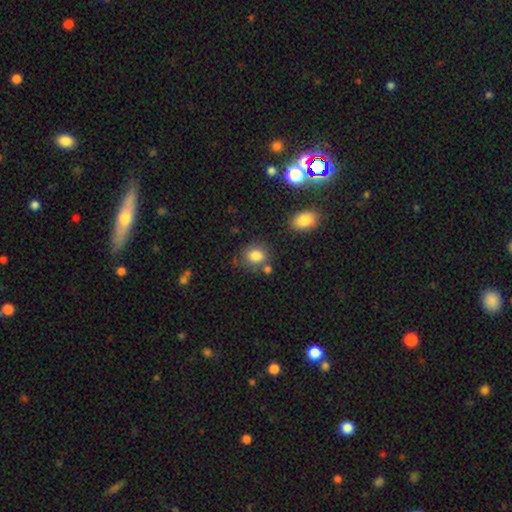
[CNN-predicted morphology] The model was most divided on "how rounded": round: 64%, in between: 35%, cigar-shaped: 1%. More confident: smooth or featured — smooth (83%); merging — none (70%).